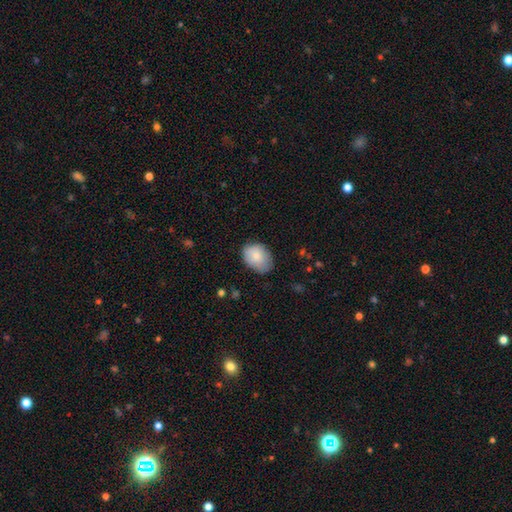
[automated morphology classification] Smooth or featured? Predicted: smooth (p=0.84). How rounded? Predicted: in between (p=0.75). Merging? Predicted: none (p=0.68).